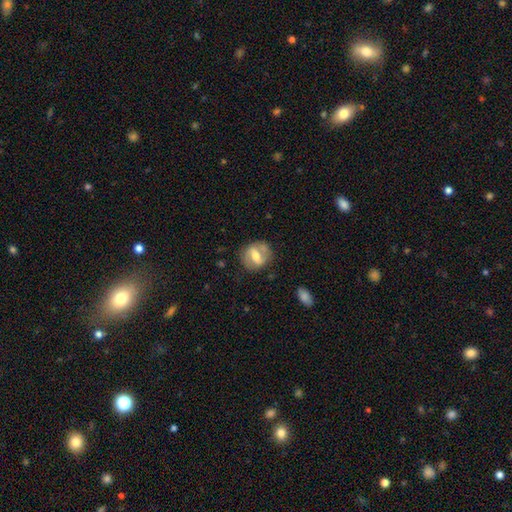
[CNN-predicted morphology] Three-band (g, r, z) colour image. It shows a featured or disk galaxy (56%) with a strong bar (49%), no spiral arms (51%) and a moderate central bulge (63%). Merging: none (70%).